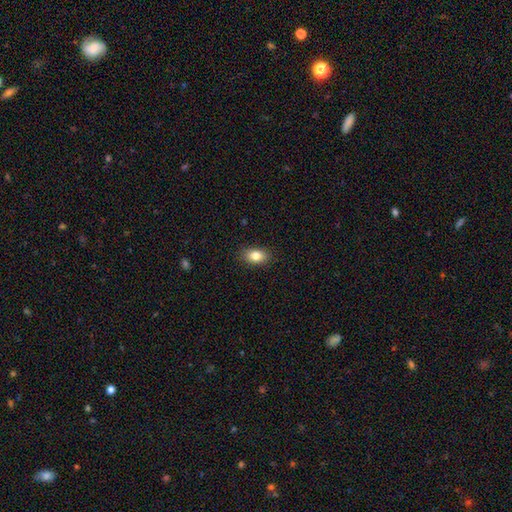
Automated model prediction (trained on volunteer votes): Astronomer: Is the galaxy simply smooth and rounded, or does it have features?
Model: smooth — 83%.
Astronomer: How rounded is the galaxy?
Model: in between — 84%.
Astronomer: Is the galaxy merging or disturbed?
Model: none — 87%.